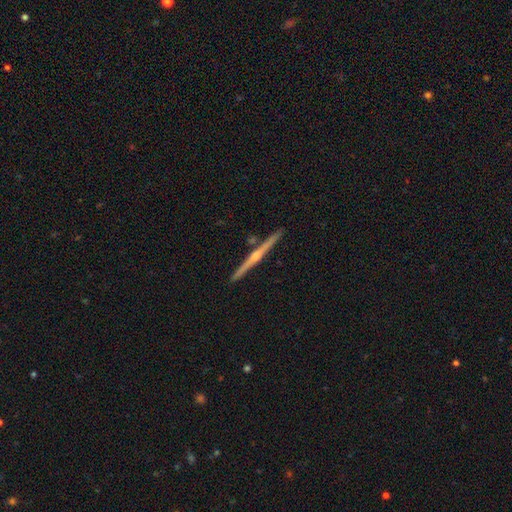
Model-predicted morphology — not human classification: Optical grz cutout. It shows a featured or disk galaxy (78%) viewed edge-on (97%) with a rounded central bulge (73%). Merging: none (87%).